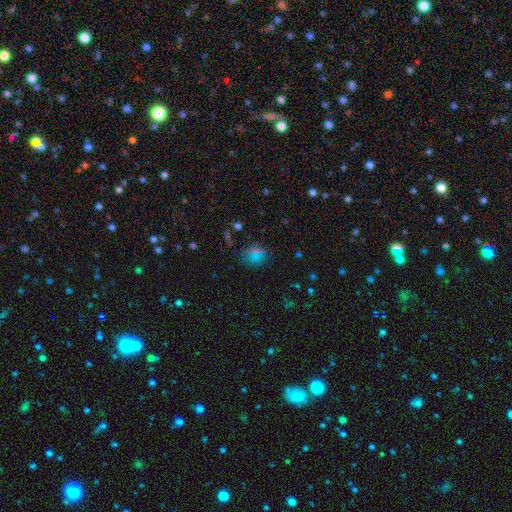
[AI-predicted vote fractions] This is possibly a smooth galaxy (56%). How rounded: likely round (61%). Merging: likely none (71%).